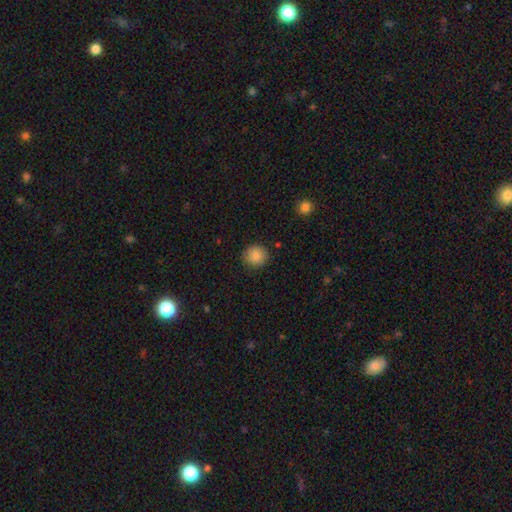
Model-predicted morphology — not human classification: Smooth or featured? Predicted: smooth (p=0.86). How rounded? Predicted: round (p=0.91). Merging? Predicted: none (p=0.88).